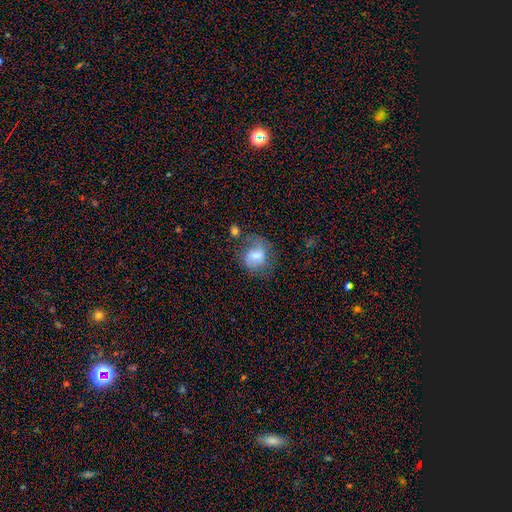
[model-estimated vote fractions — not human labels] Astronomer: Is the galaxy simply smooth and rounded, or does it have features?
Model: smooth — 52% (runner-up: featured or disk, 37%).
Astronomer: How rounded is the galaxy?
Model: round — 52% (runner-up: in between, 46%).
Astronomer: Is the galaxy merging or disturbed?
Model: none — 48% (runner-up: minor disturbance, 25%).